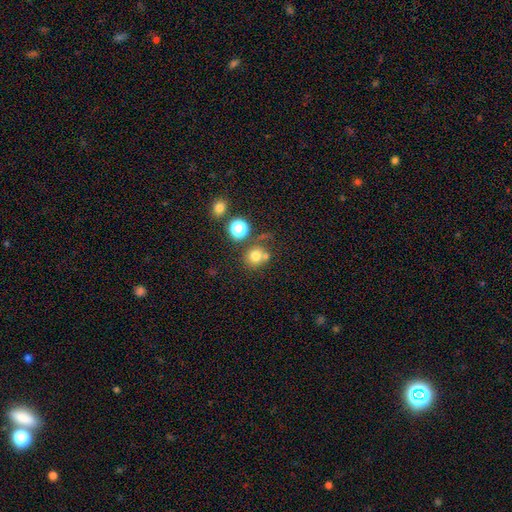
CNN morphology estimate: Smooth or featured: smooth — 74% (star or artifact — 16%)
How rounded: round — 85% (in between — 14%)
Merging: none — 59% (merger — 24%)